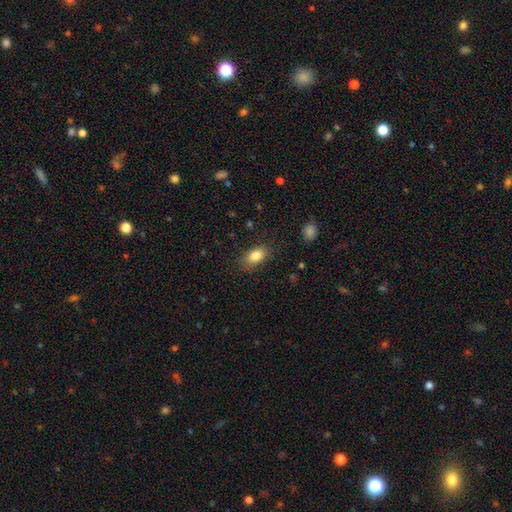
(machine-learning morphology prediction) Q: Smooth or featured?
A: smooth (84%); runner-up: featured or disk (8%)
Q: How rounded?
A: in between (88%); runner-up: round (9%)
Q: Merging?
A: none (82%); runner-up: minor disturbance (13%)